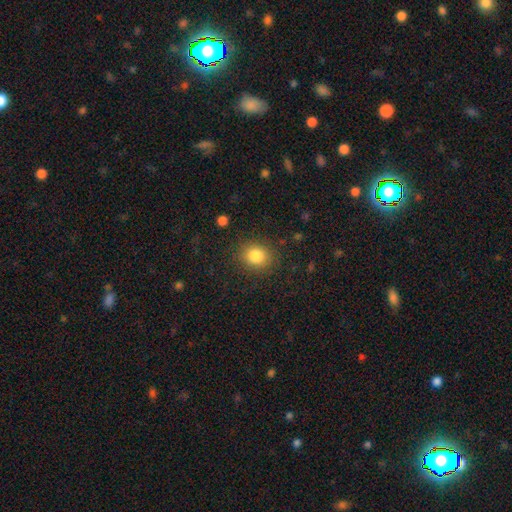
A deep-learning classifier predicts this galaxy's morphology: Smooth or featured? smooth (83%)
How rounded? round (70%)
Merging? none (87%)